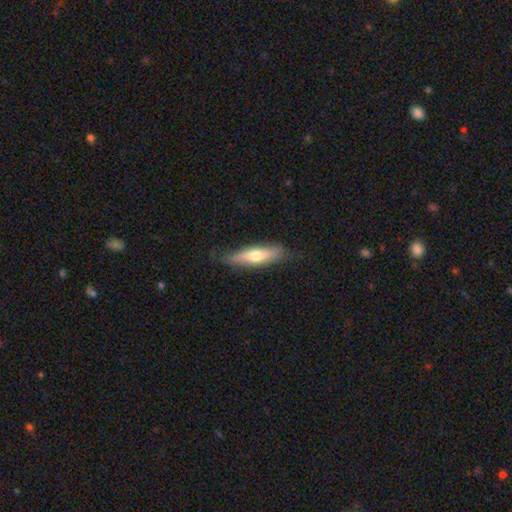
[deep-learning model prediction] Smooth or featured?
  - smooth: 59% *
  - featured or disk: 35%
  - star or artifact: 6%
How rounded?
  - cigar-shaped: 66% *
  - in between: 32%
  - round: 2%
Merging?
  - none: 78% *
  - minor disturbance: 17%
  - major disturbance: 4%
  - merger: 1%